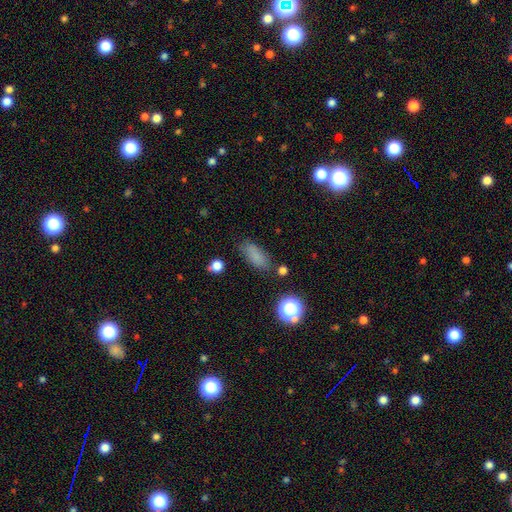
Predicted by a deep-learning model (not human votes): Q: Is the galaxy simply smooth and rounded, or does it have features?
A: smooth — 79%.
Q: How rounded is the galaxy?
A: in between — 78%.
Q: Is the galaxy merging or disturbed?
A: none — 76%.